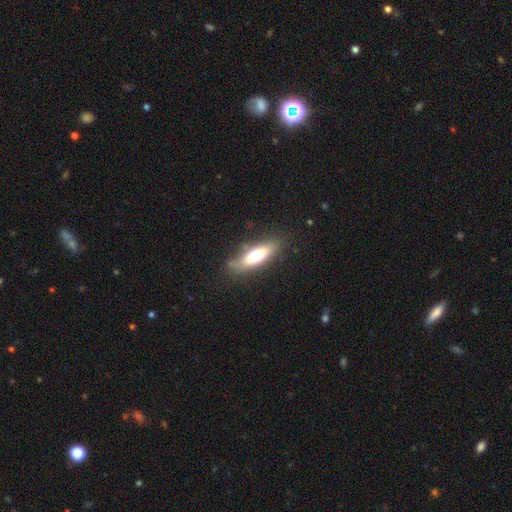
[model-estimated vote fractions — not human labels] A smooth galaxy with no disk features (66%) that is cigar-shaped (51%). Merging: none (71%).